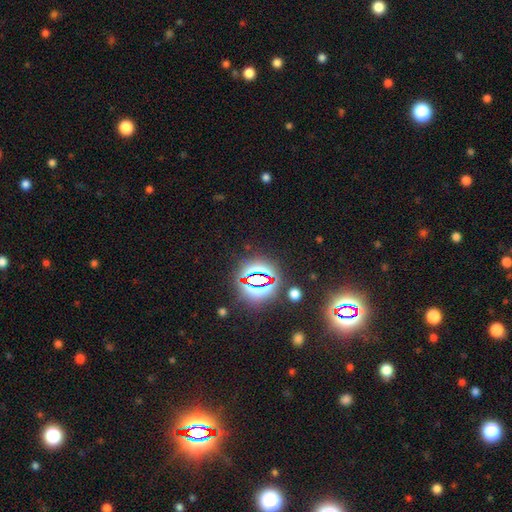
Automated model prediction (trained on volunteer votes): Smooth or featured? Predicted: star or artifact (p=0.83).